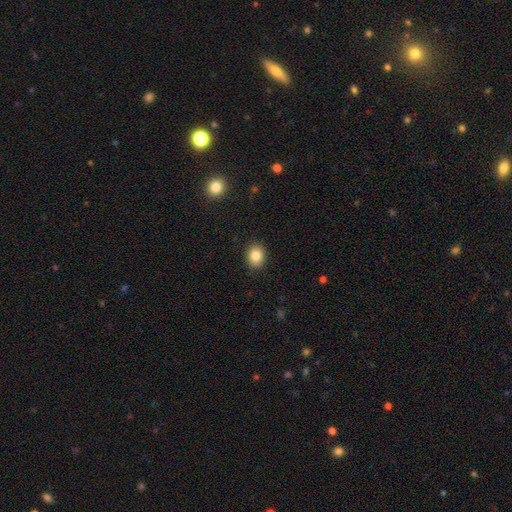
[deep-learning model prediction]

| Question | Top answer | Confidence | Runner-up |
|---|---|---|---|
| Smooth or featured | smooth | 84% | star or artifact (9%) |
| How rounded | round | 51% | in between (48%) |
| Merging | none | 90% | minor disturbance (7%) |